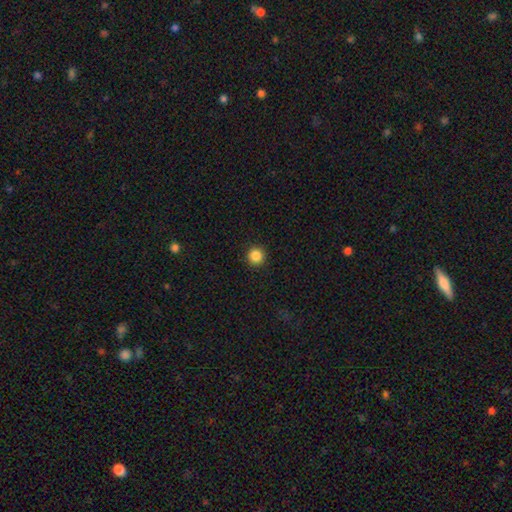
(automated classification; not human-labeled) This is clearly a smooth galaxy (86%). How rounded: clearly round (96%). Merging: clearly none (93%).